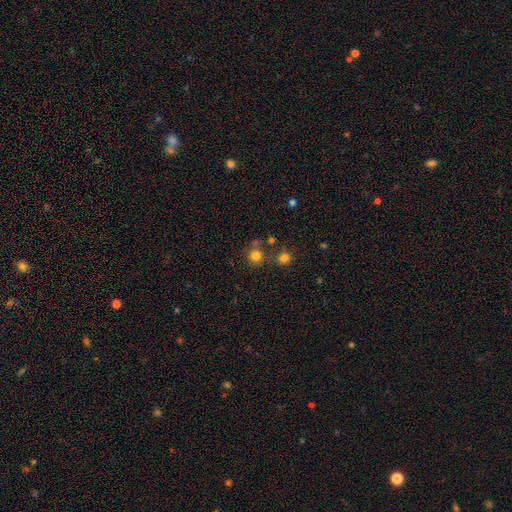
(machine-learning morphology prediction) Smooth or featured?
  - smooth: 76% *
  - star or artifact: 16%
  - featured or disk: 7%
How rounded?
  - round: 91% *
  - in between: 8%
  - cigar-shaped: 1%
Merging?
  - none: 67% *
  - merger: 19%
  - minor disturbance: 9%
  - major disturbance: 4%